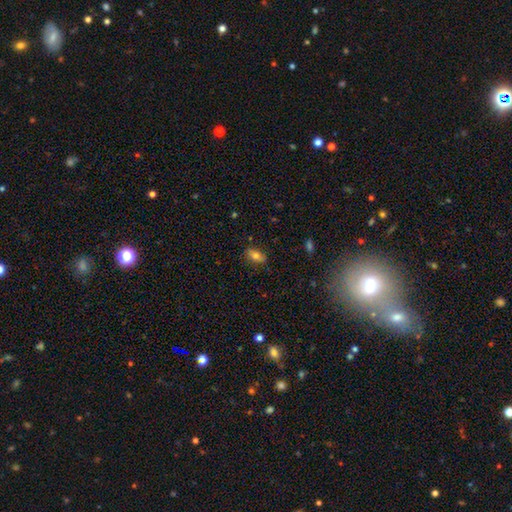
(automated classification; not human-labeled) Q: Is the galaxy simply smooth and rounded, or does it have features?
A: smooth — 70%.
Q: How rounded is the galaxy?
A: in between — 84%.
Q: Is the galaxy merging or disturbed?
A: none — 79%.